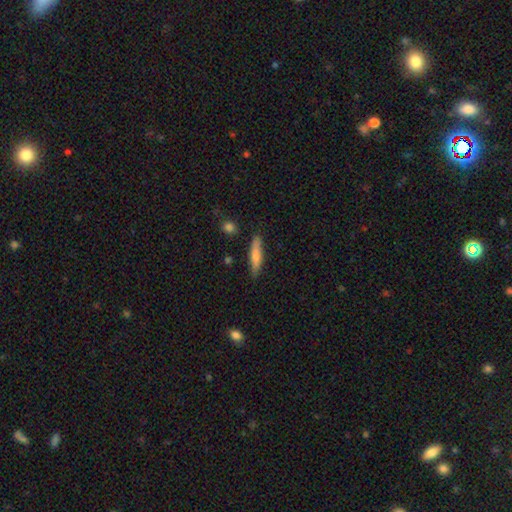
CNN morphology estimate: Smooth or featured? smooth (72%)
How rounded? cigar-shaped (83%)
Merging? none (82%)